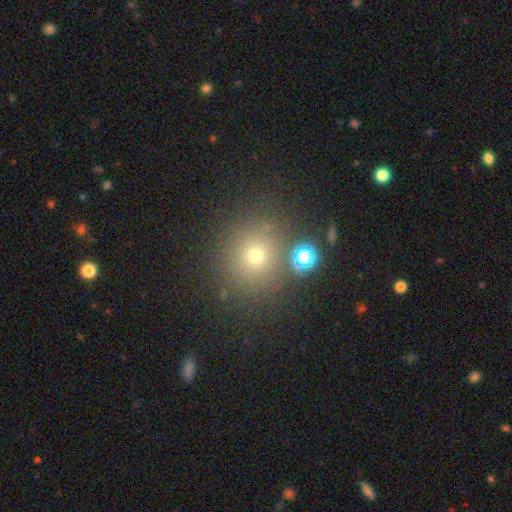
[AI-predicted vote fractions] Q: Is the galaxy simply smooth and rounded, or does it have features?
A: smooth — 66%.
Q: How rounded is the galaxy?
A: round — 87%.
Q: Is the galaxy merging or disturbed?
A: none — 80%.